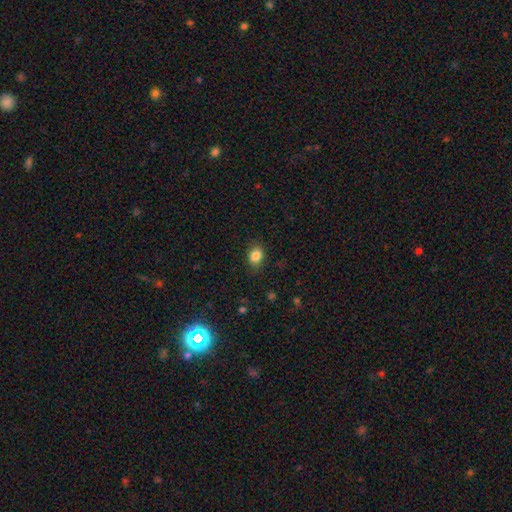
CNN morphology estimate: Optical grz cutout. It shows a smooth galaxy with no disk features (85%) that is in between round and cigar-shaped (62%). Merging: none (83%).